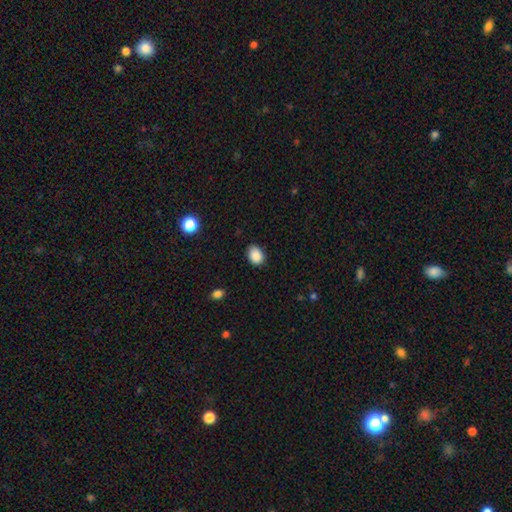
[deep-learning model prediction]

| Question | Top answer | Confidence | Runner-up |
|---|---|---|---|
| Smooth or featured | smooth | 88% | star or artifact (9%) |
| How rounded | in between | 73% | round (26%) |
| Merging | none | 81% | minor disturbance (15%) |